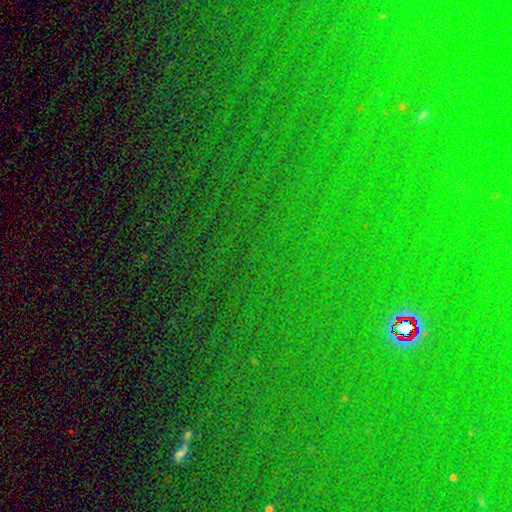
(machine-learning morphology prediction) type=star or artifact (81%).